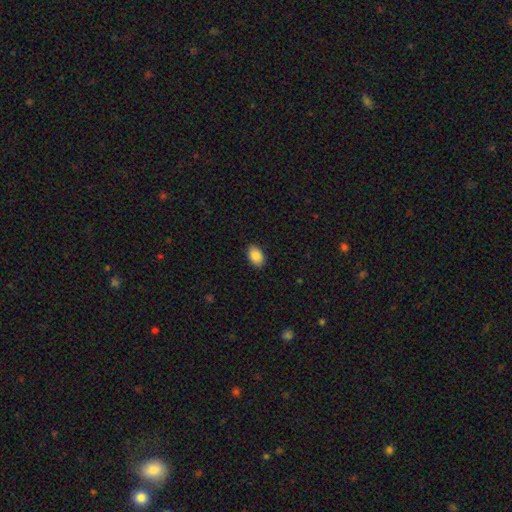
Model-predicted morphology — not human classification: This is clearly a smooth galaxy (87%). How rounded: clearly in between (88%). Merging: clearly none (88%).